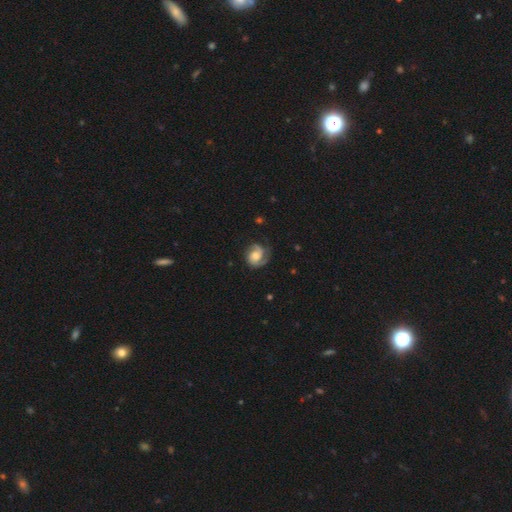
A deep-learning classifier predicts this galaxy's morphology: Smooth or featured? featured or disk (78%)
Edge-on disk? no (98%)
Bar? no (62%)
Spiral arms? yes (96%)
Spiral winding? medium (43%)
Spiral arm count? 2 (69%)
Bulge size? moderate (43%)
Merging? none (68%)